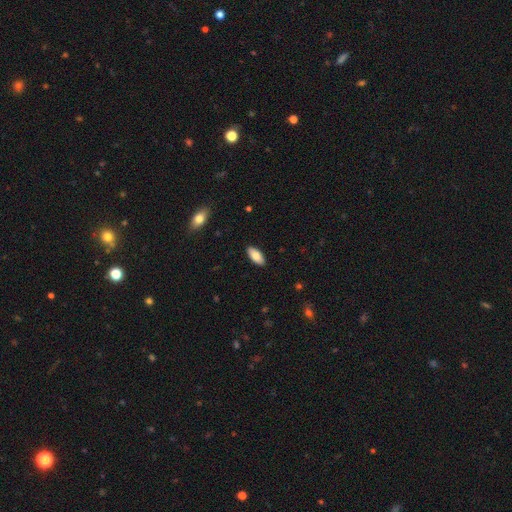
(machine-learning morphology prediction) smooth 82%, featured or disk 12%, star or artifact 6%. Down the decision tree: how rounded — in between (88%); merging — none (89%).